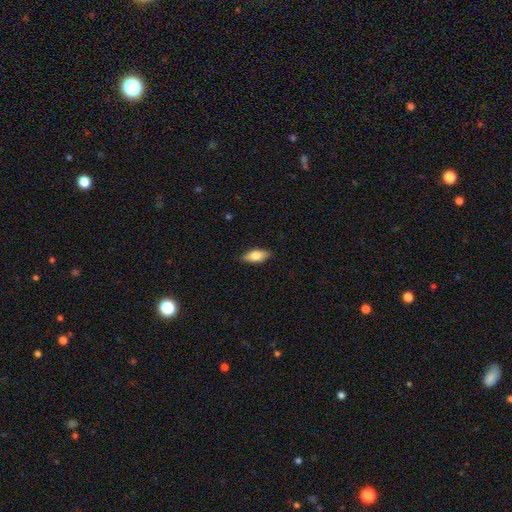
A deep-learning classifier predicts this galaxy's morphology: Q: Smooth or featured?
A: smooth (74%); runner-up: featured or disk (19%)
Q: How rounded?
A: in between (82%); runner-up: cigar-shaped (15%)
Q: Merging?
A: none (87%); runner-up: minor disturbance (10%)